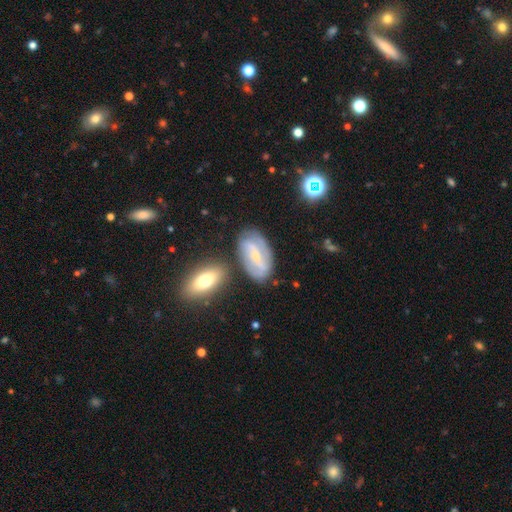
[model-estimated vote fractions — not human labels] Overall: featured or disk (74%). Edge-on disk: no (93%). Bar: weak (40%; strong 33%). Spiral arms: yes (83%). Spiral arm count: 2 (62%; can't tell 24%). Spiral winding: tight (42%; medium 37%). Bulge size: small (75%). Merging: none (71%).